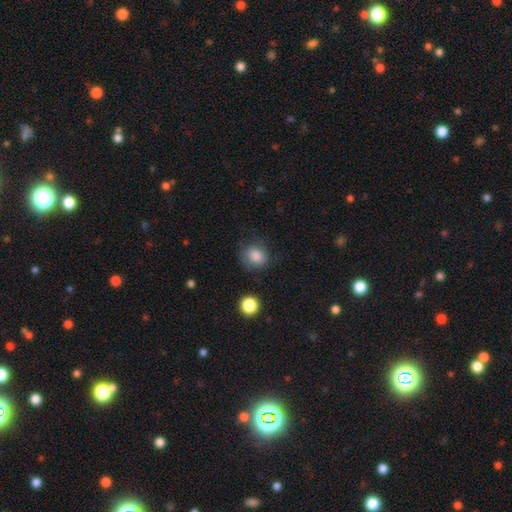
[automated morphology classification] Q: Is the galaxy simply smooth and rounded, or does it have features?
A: smooth — 83%.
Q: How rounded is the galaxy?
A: round — 70%.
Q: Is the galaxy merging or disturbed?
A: none — 68%.